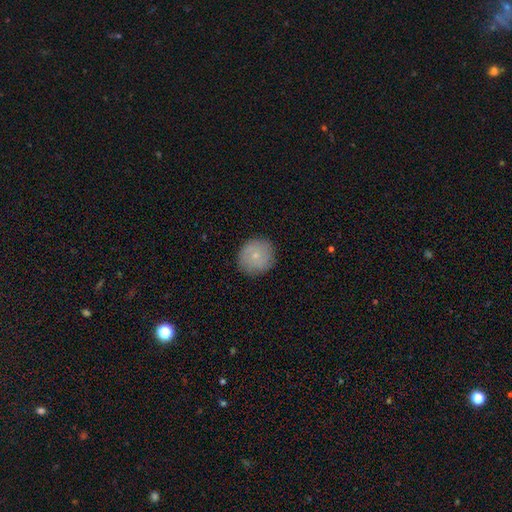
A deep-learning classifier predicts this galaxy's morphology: This is likely a smooth galaxy (71%). How rounded: clearly round (92%). Merging: clearly none (86%).